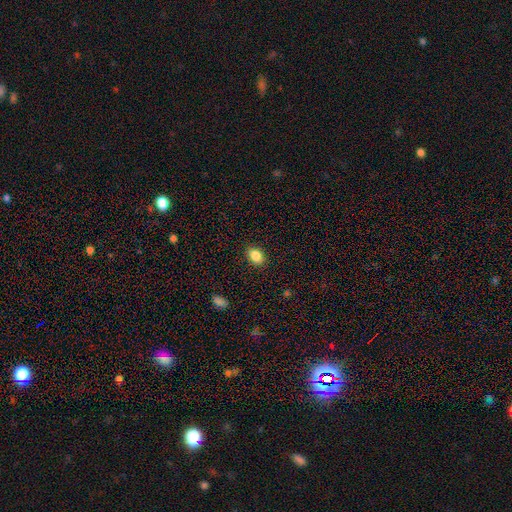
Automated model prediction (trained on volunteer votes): Smooth or featured?
  - smooth: 86% *
  - star or artifact: 9%
  - featured or disk: 5%
How rounded?
  - in between: 73% *
  - round: 26%
  - cigar-shaped: 1%
Merging?
  - none: 88% *
  - minor disturbance: 9%
  - major disturbance: 2%
  - merger: 1%